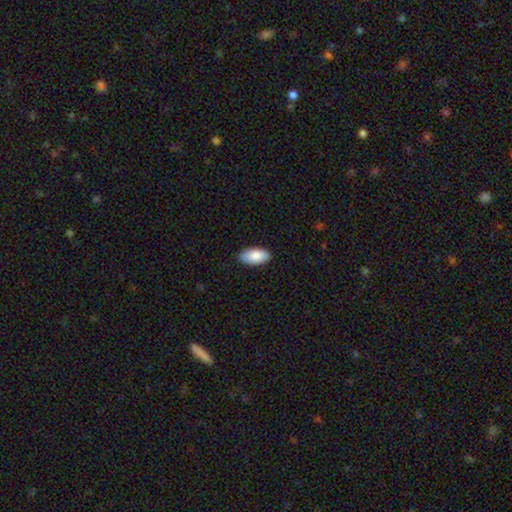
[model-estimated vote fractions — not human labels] Smooth or featured: smooth — 87% (featured or disk — 7%)
How rounded: in between — 95% (cigar-shaped — 3%)
Merging: none — 88% (minor disturbance — 9%)